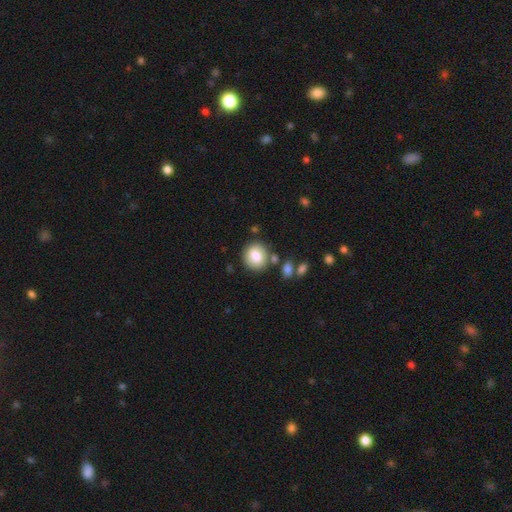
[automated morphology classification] This appears to be a smooth galaxy with no disk features (78%) that is round (77%). Merging: none (78%).